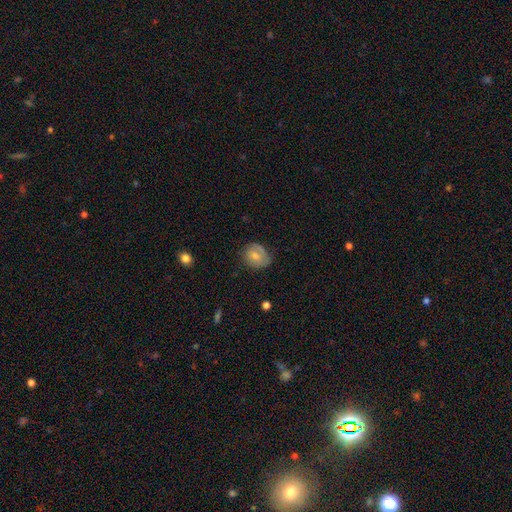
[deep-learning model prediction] Morphology: type=smooth (70%); roundness=round (57%); merging=none (58%).